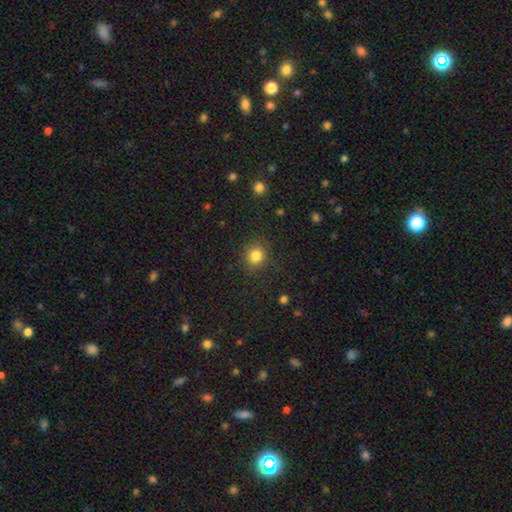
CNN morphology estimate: type=smooth (83%); roundness=round (85%); merging=none (87%).